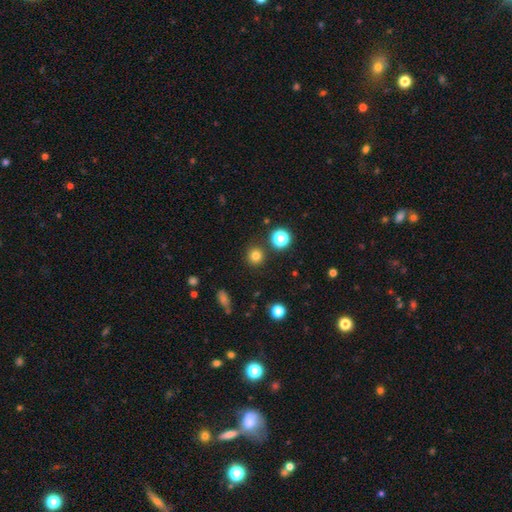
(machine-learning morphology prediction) Smooth or featured?
  - smooth: 79% *
  - star or artifact: 15%
  - featured or disk: 5%
How rounded?
  - round: 93% *
  - in between: 6%
  - cigar-shaped: 1%
Merging?
  - none: 89% *
  - minor disturbance: 6%
  - merger: 3%
  - major disturbance: 2%